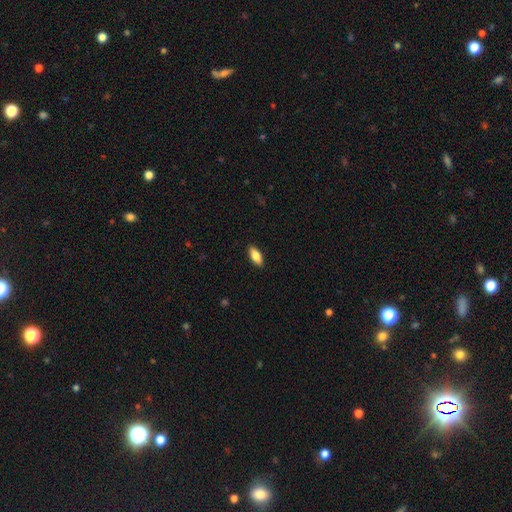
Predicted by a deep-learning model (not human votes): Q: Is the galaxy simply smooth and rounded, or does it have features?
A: smooth — 82%.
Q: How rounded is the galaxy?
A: in between — 82%.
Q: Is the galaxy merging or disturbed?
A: none — 89%.